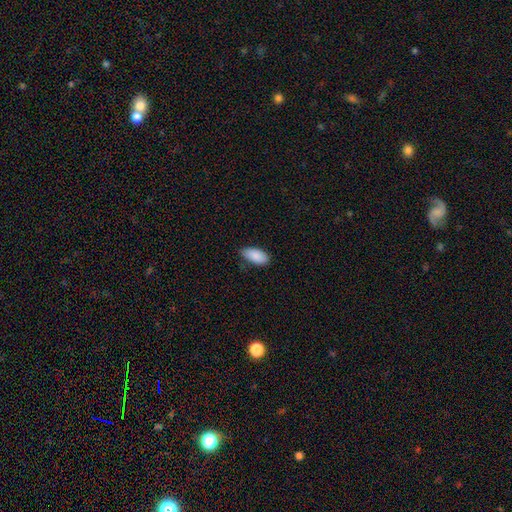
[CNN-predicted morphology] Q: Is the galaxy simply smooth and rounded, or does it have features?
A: smooth — 89%.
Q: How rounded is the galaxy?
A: in between — 93%.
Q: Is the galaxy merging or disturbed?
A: none — 75%.